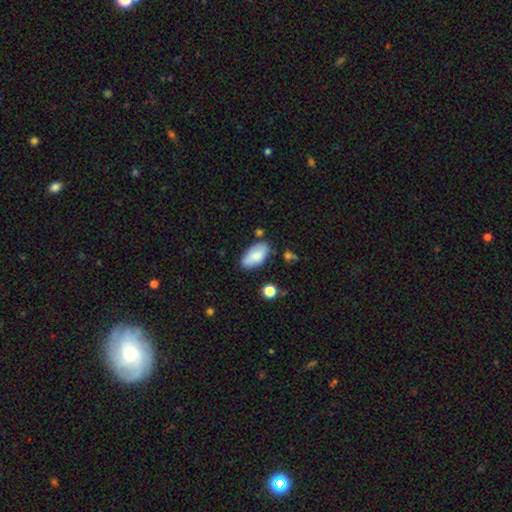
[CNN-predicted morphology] The model was most divided on "merging": none: 75%, minor disturbance: 17%, merger: 4%, major disturbance: 4%. More confident: how rounded — in between (94%); smooth or featured — smooth (82%).